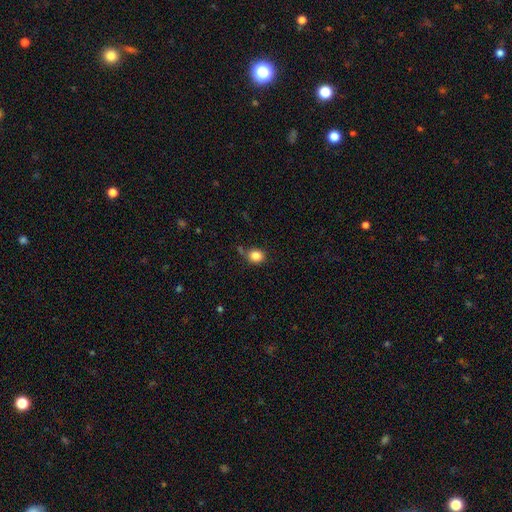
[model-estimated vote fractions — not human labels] Q: Smooth or featured?
A: smooth (85%); runner-up: star or artifact (10%)
Q: How rounded?
A: round (71%); runner-up: in between (28%)
Q: Merging?
A: none (73%); runner-up: minor disturbance (16%)